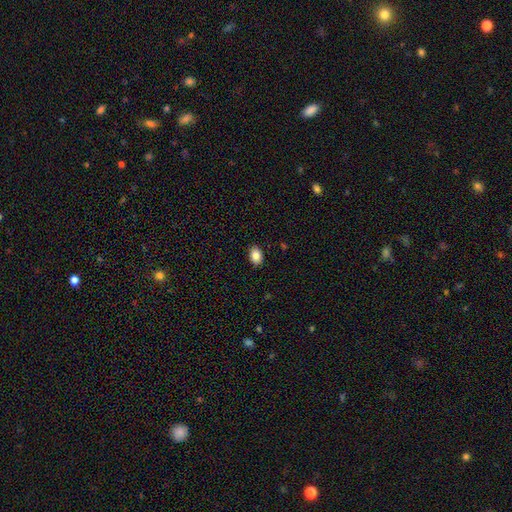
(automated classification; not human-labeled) Smooth or featured: smooth — 87% (star or artifact — 8%)
How rounded: in between — 80% (round — 19%)
Merging: none — 90% (minor disturbance — 8%)